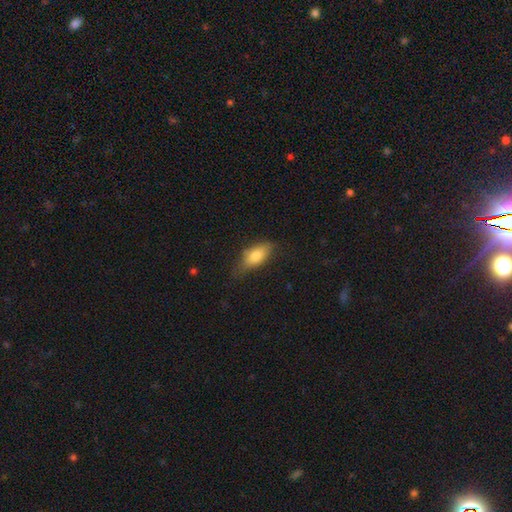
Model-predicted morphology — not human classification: Smooth or featured?
  - smooth: 73% *
  - featured or disk: 19%
  - star or artifact: 8%
How rounded?
  - in between: 78% *
  - cigar-shaped: 18%
  - round: 4%
Merging?
  - none: 64% *
  - minor disturbance: 27%
  - major disturbance: 7%
  - merger: 1%